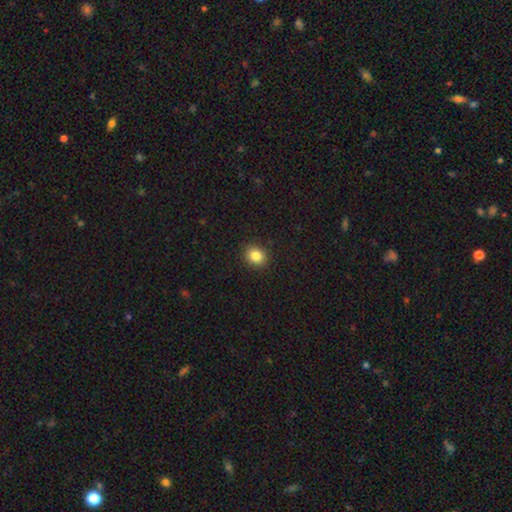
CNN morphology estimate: The model was most divided on "how rounded": round: 74%, in between: 25%, cigar-shaped: 1%. More confident: merging — none (91%); smooth or featured — smooth (84%).